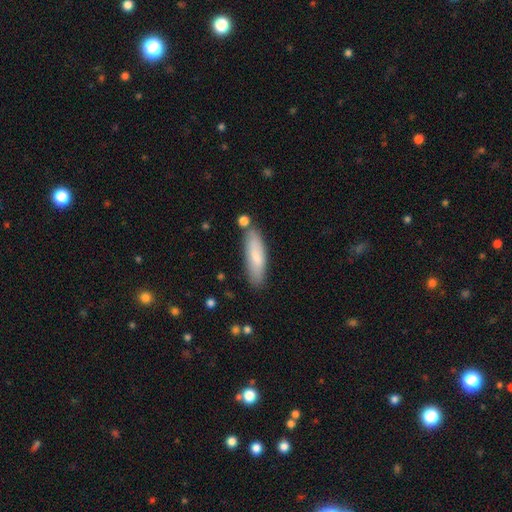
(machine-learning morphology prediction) Smooth or featured? Predicted: smooth (p=0.78). How rounded? Predicted: cigar-shaped (p=0.58). Merging? Predicted: none (p=0.79).